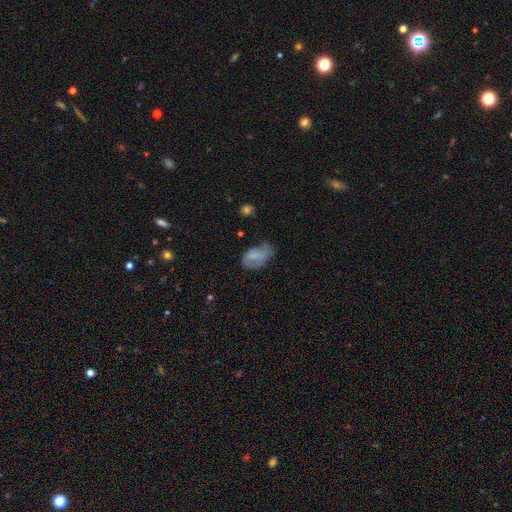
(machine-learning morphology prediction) Smooth or featured: smooth — 67% (featured or disk — 24%)
How rounded: in between — 91% (round — 7%)
Merging: none — 42% (minor disturbance — 38%)